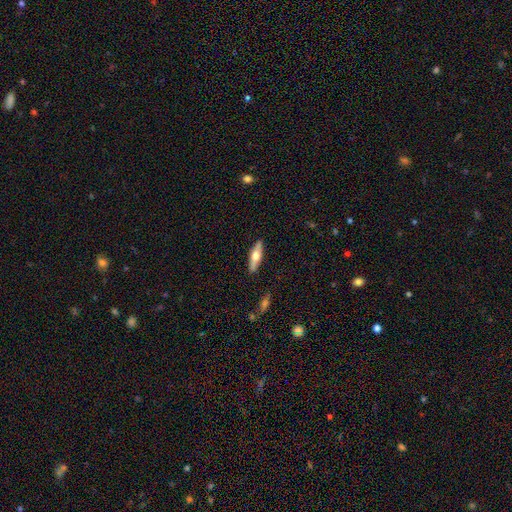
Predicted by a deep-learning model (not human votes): Smooth or featured: featured or disk — 52% (smooth — 43%)
Edge-on disk: yes — 91% (no — 9%)
Merging: none — 89% (minor disturbance — 8%)